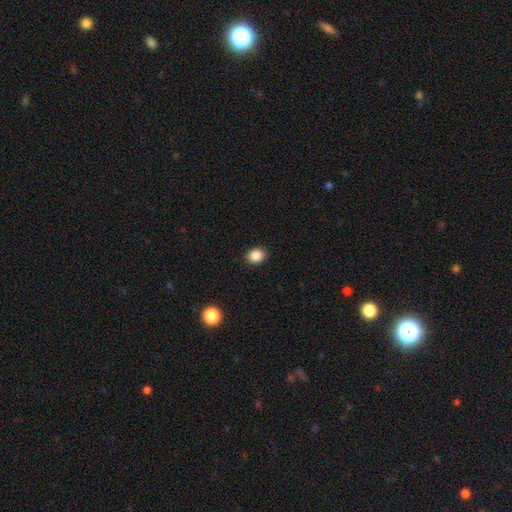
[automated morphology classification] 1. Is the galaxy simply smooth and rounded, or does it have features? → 87% smooth, 10% star or artifact, 3% featured or disk.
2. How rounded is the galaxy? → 54% round, 45% in between, 1% cigar-shaped.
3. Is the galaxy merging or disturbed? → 90% none, 7% minor disturbance, 2% major disturbance, 1% merger.